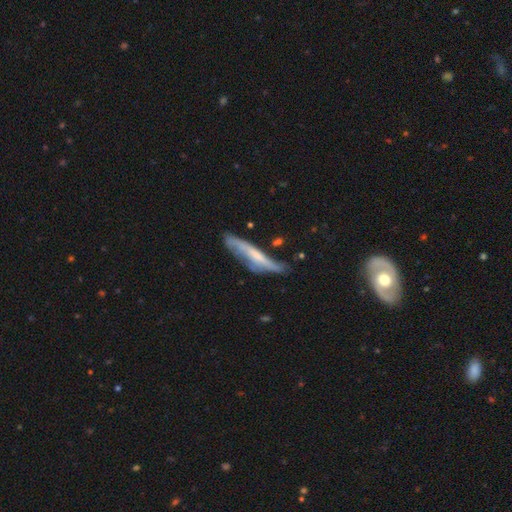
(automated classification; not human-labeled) Overall: featured or disk (57%; smooth 36%). Edge-on disk: yes (61%; no 39%). Merging: none (52%; minor disturbance 29%).